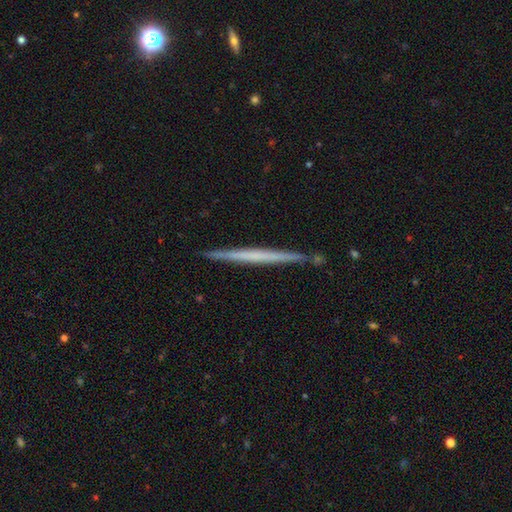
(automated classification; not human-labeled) Smooth or featured?
  - featured or disk: 58% *
  - smooth: 37%
  - star or artifact: 5%
Edge-on disk?
  - yes: 98% *
  - no: 2%
Edge-on bulge?
  - none: 89% *
  - rounded: 7%
  - boxy: 4%
Merging?
  - none: 90% *
  - minor disturbance: 7%
  - merger: 2%
  - major disturbance: 1%